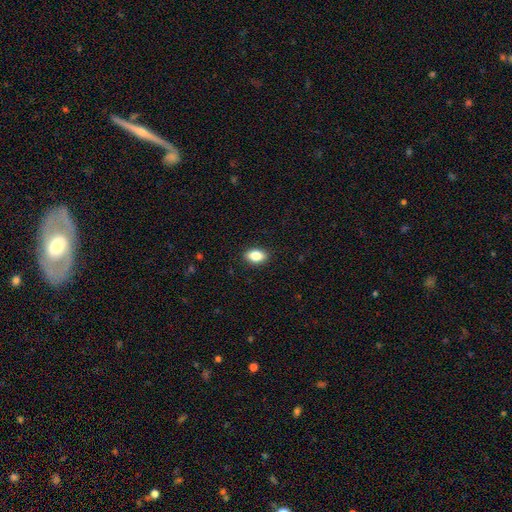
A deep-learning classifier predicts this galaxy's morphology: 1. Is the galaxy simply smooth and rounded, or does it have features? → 83% smooth, 8% star or artifact, 8% featured or disk.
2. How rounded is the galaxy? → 84% in between, 13% round, 2% cigar-shaped.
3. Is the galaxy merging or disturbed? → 89% none, 8% minor disturbance, 2% major disturbance, 1% merger.